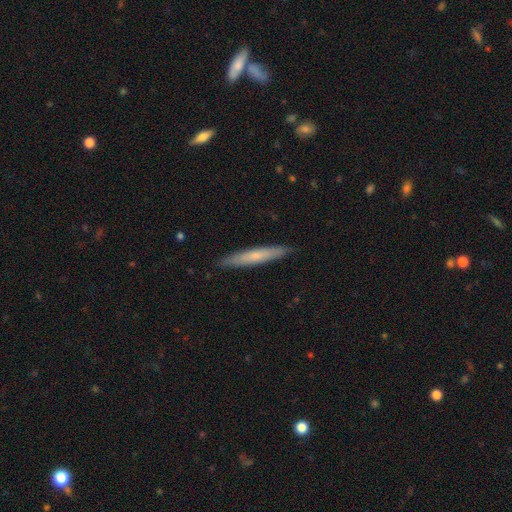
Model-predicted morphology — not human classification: A smooth galaxy with no disk features (60%) that is cigar-shaped (94%).

Vote fractions:
- Smooth or featured? smooth: 60% / featured or disk: 34% / star or artifact: 6%
- How rounded? cigar-shaped: 94% / in between: 4% / round: 1%
- Merging? none: 90% / minor disturbance: 7% / major disturbance: 1% / merger: 1%